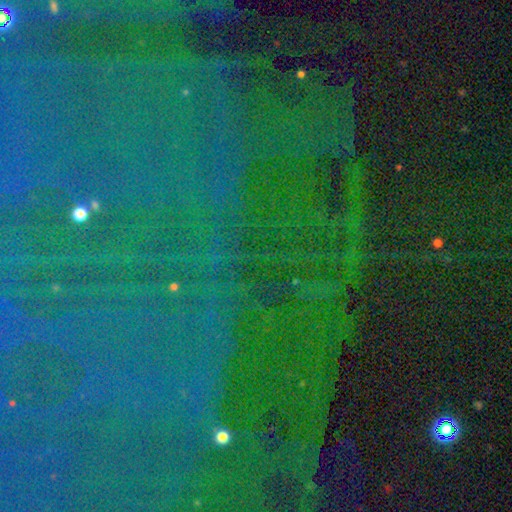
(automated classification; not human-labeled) smooth-or-featured: star or artifact: 85% | featured or disk: 8% | smooth: 7%